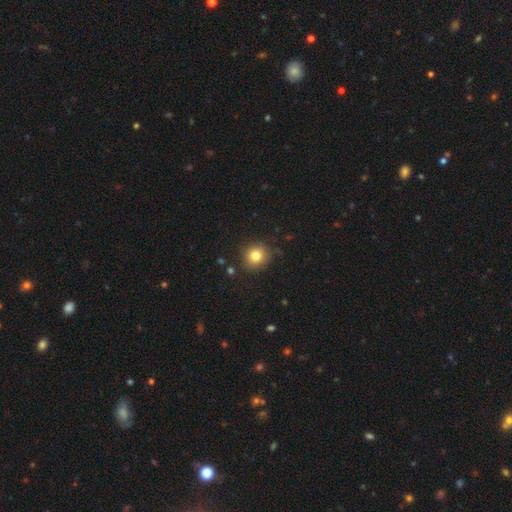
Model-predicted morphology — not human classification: smooth-or-featured: smooth: 80% | star or artifact: 12% | featured or disk: 8%
  how-rounded: round: 91% | in between: 8% | cigar-shaped: 1%
  merging: none: 86% | minor disturbance: 10% | major disturbance: 3% | merger: 2%